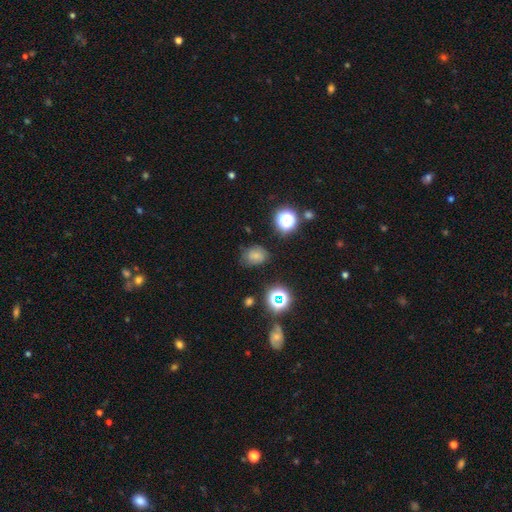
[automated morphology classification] A smooth galaxy with no disk features (68%) that is in between round and cigar-shaped (51%).

Vote fractions:
- Smooth or featured? smooth: 68% / star or artifact: 20% / featured or disk: 12%
- How rounded? in between: 51% / round: 48% / cigar-shaped: 1%
- Merging? none: 69% / minor disturbance: 22% / major disturbance: 7% / merger: 3%